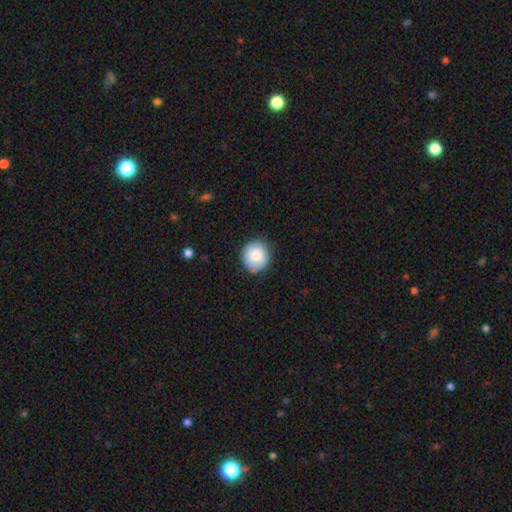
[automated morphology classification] A smooth galaxy with no disk features (79%) that is round (86%). Merging: none (80%).